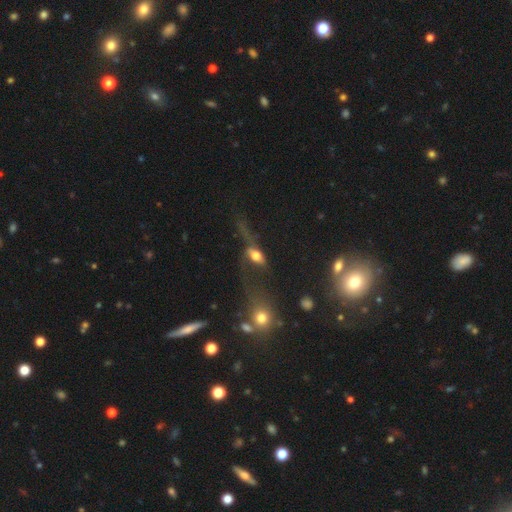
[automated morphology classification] type=smooth (46%); merging=major disturbance (40%).